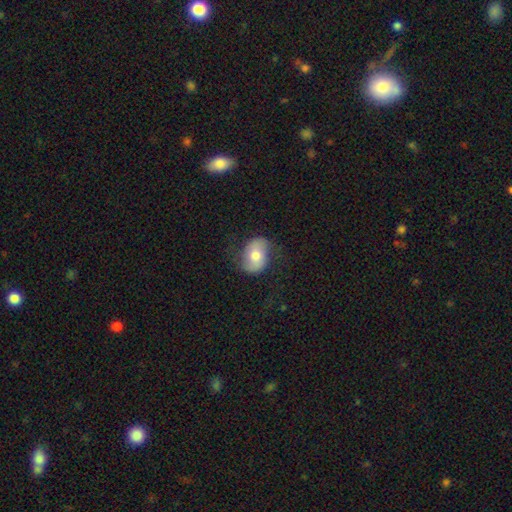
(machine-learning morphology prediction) This is possibly a smooth galaxy (58%). How rounded: likely in between (75%). Merging: likely none (69%).